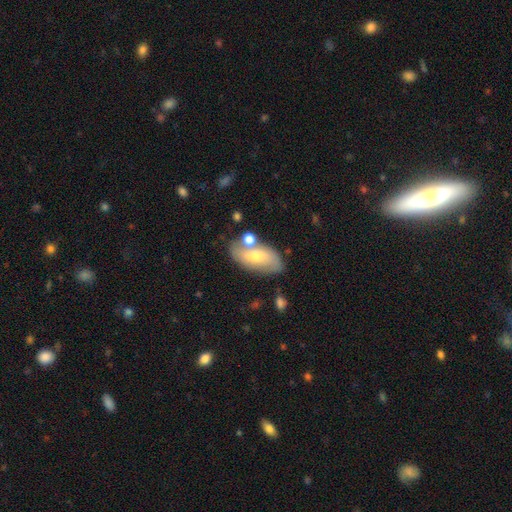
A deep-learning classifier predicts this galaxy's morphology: This appears to be a smooth galaxy with no disk features (51%) that is in between round and cigar-shaped (89%). Merging: none (64%).